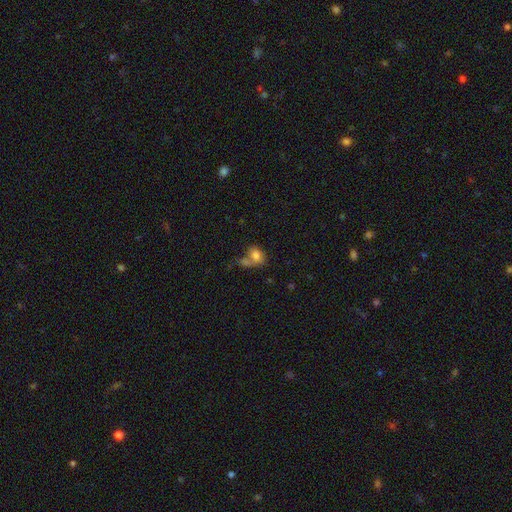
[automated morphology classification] type=smooth (79%); roundness=in between (65%); merging=merger (43%).